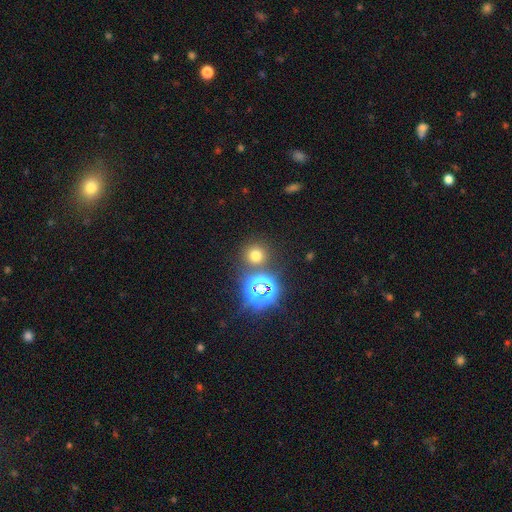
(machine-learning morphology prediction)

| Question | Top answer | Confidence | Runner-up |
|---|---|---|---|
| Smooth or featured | smooth | 63% | star or artifact (30%) |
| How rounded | round | 92% | in between (7%) |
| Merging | none | 81% | merger (9%) |